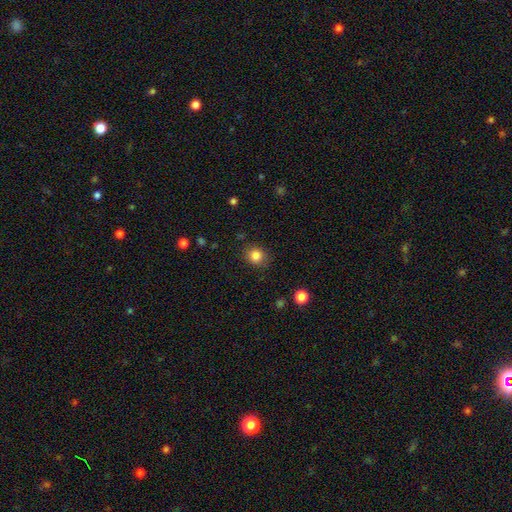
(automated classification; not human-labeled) A smooth galaxy with no disk features (84%) that is round (83%).

Vote fractions:
- Smooth or featured? smooth: 84% / star or artifact: 11% / featured or disk: 5%
- How rounded? round: 83% / in between: 17% / cigar-shaped: 1%
- Merging? none: 86% / minor disturbance: 10% / major disturbance: 3% / merger: 1%